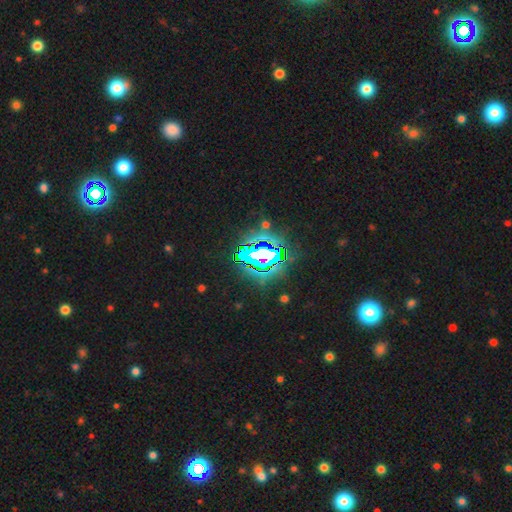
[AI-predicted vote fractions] Smooth or featured? star or artifact (78%)